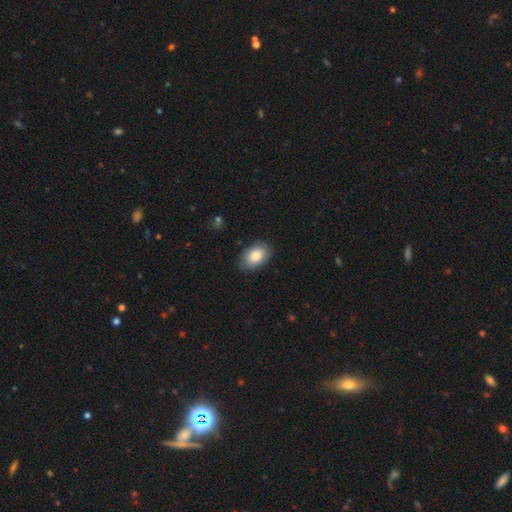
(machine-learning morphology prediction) smooth-or-featured: smooth: 83% | featured or disk: 10% | star or artifact: 7%
  how-rounded: in between: 90% | round: 9% | cigar-shaped: 1%
  merging: none: 83% | minor disturbance: 13% | major disturbance: 3% | merger: 1%